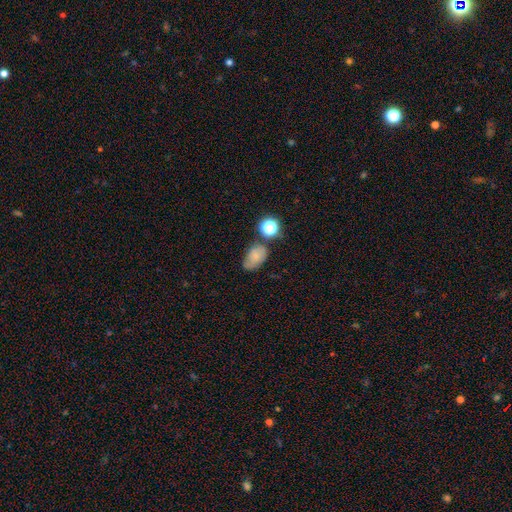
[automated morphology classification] Smooth or featured? smooth (71%)
How rounded? in between (83%)
Merging? none (54%)